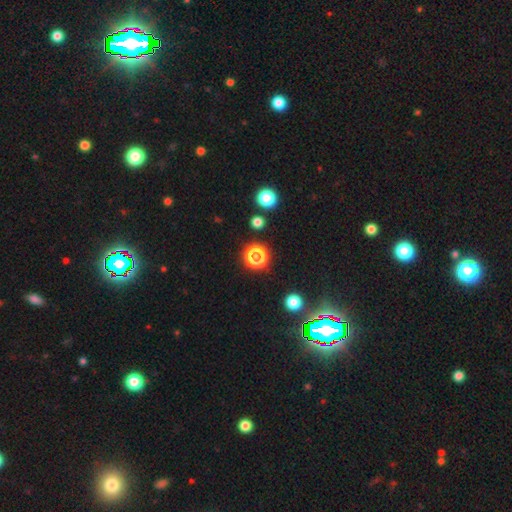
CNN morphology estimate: This is possibly a smooth galaxy (59%). How rounded: clearly round (90%). Merging: clearly none (84%).